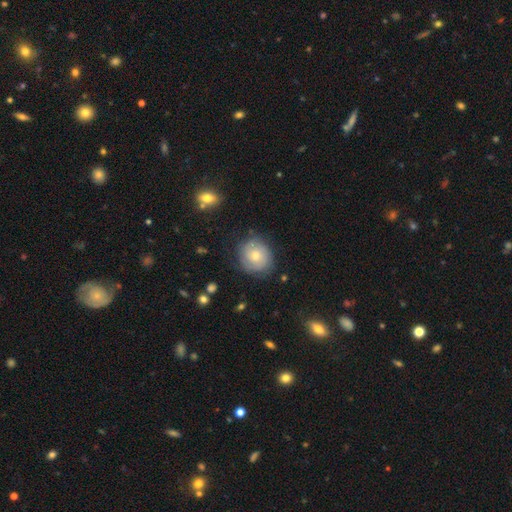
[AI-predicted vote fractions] smooth_or_featured: smooth (p=0.48) [alt: featured or disk p=0.44]
merging: none (p=0.75) [alt: minor disturbance p=0.18]